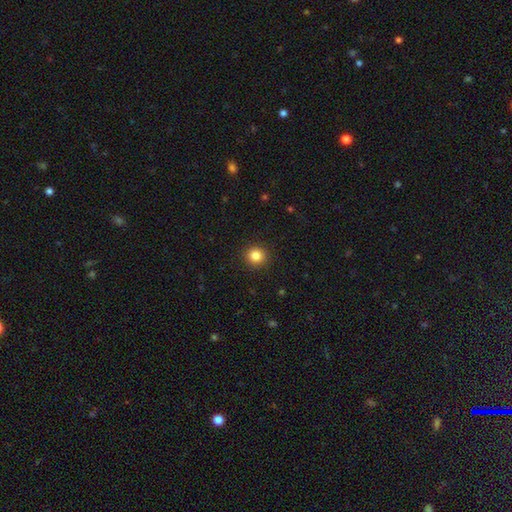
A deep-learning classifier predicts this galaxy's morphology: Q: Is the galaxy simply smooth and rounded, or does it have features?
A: smooth — 84%.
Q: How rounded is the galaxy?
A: round — 93%.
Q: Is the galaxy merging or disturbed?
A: none — 92%.